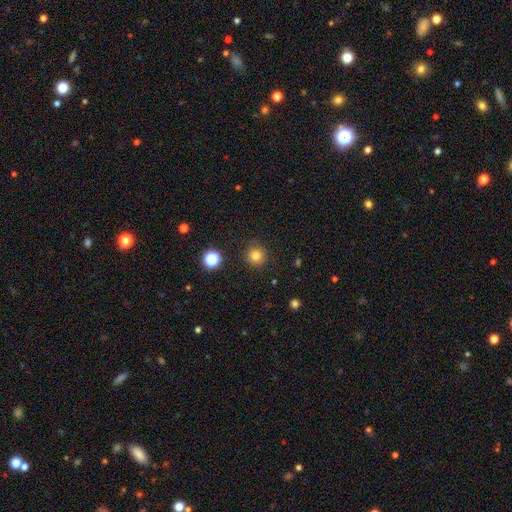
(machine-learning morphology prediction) smooth-or-featured: smooth: 80% | star or artifact: 14% | featured or disk: 6%
  how-rounded: round: 95% | in between: 4% | cigar-shaped: 1%
  merging: none: 89% | minor disturbance: 7% | major disturbance: 2% | merger: 2%